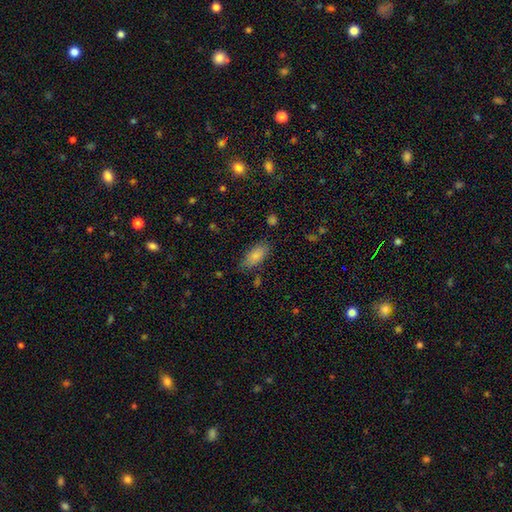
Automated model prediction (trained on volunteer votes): smooth_or_featured: smooth (p=0.84) [alt: featured or disk p=0.09]
how_rounded: in between (p=0.86) [alt: cigar-shaped p=0.11]
merging: none (p=0.76) [alt: minor disturbance p=0.17]